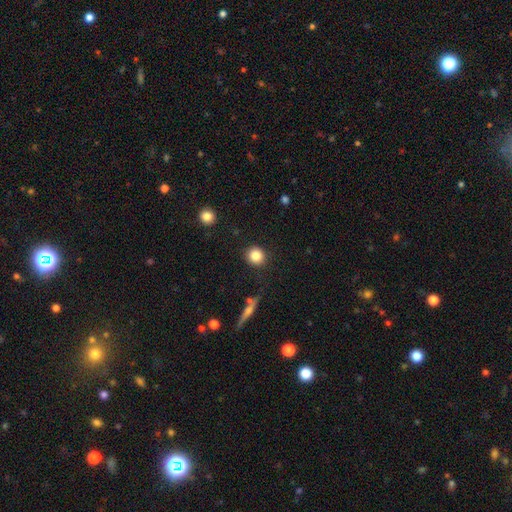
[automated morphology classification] Smooth or featured? Predicted: smooth (p=0.84). How rounded? Predicted: round (p=0.91). Merging? Predicted: none (p=0.88).